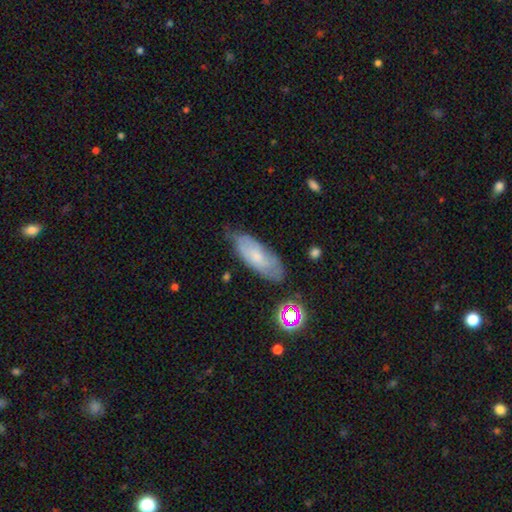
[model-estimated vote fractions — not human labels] Smooth or featured?
  - smooth: 59% *
  - featured or disk: 32%
  - star or artifact: 9%
How rounded?
  - in between: 74% *
  - cigar-shaped: 23%
  - round: 2%
Merging?
  - none: 66% *
  - minor disturbance: 26%
  - major disturbance: 6%
  - merger: 3%